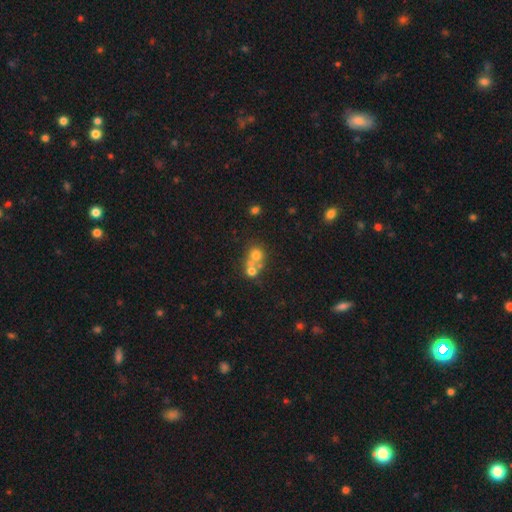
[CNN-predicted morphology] The model was most divided on "merging": merger: 54%, none: 35%, minor disturbance: 6%, major disturbance: 4%. More confident: how rounded — round (81%); smooth or featured — smooth (63%).